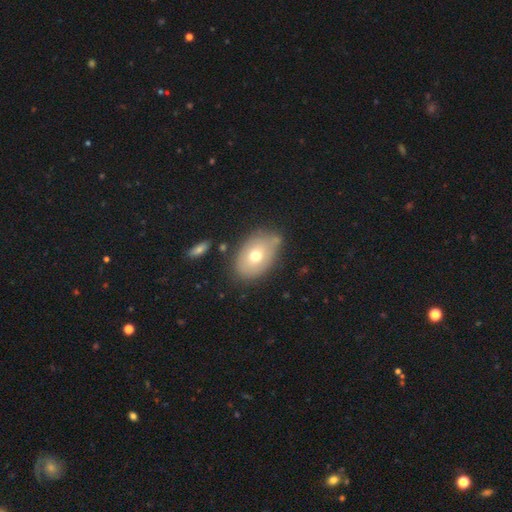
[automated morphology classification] smooth_or_featured: smooth (p=0.65) [alt: featured or disk p=0.26]
how_rounded: in between (p=0.83) [alt: round p=0.15]
merging: none (p=0.66) [alt: minor disturbance p=0.22]